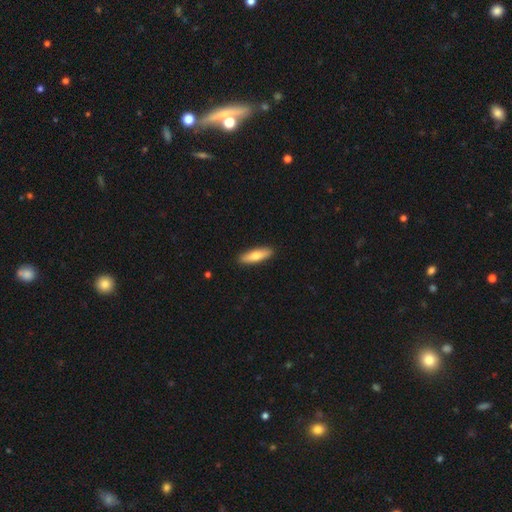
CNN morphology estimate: smooth-or-featured: smooth: 69% | featured or disk: 26% | star or artifact: 5%
  how-rounded: cigar-shaped: 61% | in between: 37% | round: 2%
  merging: none: 91% | minor disturbance: 7% | major disturbance: 1% | merger: 1%